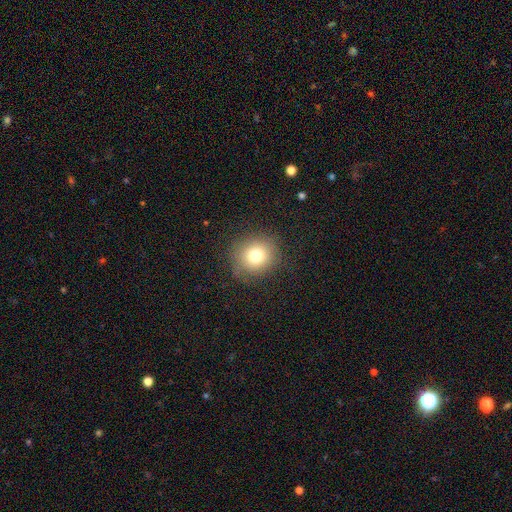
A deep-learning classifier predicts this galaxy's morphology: The model was most divided on "smooth or featured": smooth: 76%, star or artifact: 13%, featured or disk: 11%. More confident: how rounded — round (87%); merging — none (84%).